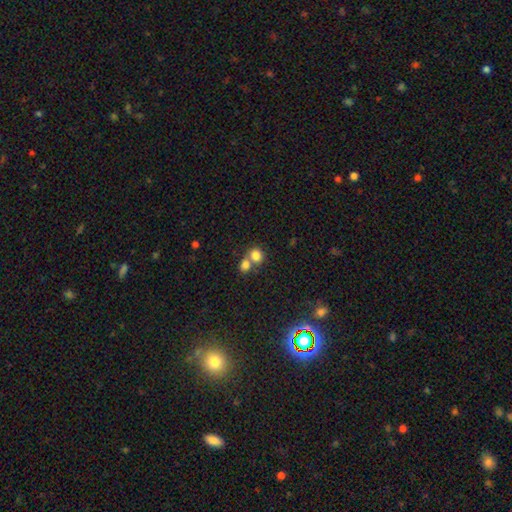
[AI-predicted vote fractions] smooth-or-featured: smooth: 81% | star or artifact: 11% | featured or disk: 9%
  how-rounded: round: 78% | in between: 21% | cigar-shaped: 1%
  merging: merger: 53% | none: 38% | minor disturbance: 6% | major disturbance: 3%